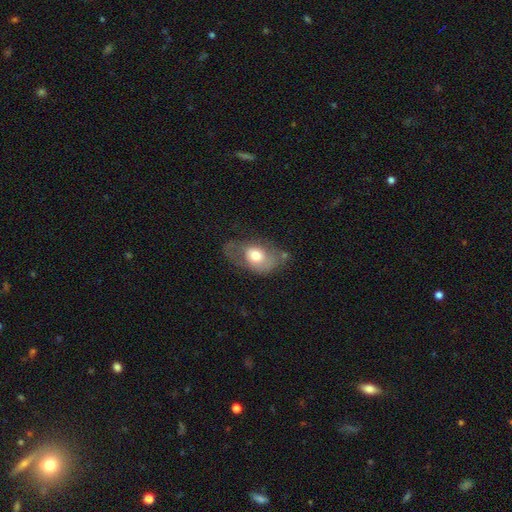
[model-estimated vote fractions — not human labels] Morphology: type=smooth (55%); roundness=in between (79%); merging=none (39%).